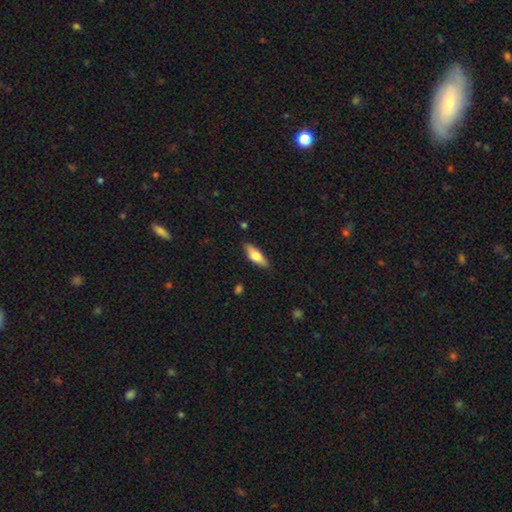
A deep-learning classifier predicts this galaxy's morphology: Smooth or featured? smooth (64%)
How rounded? in between (57%)
Merging? none (86%)